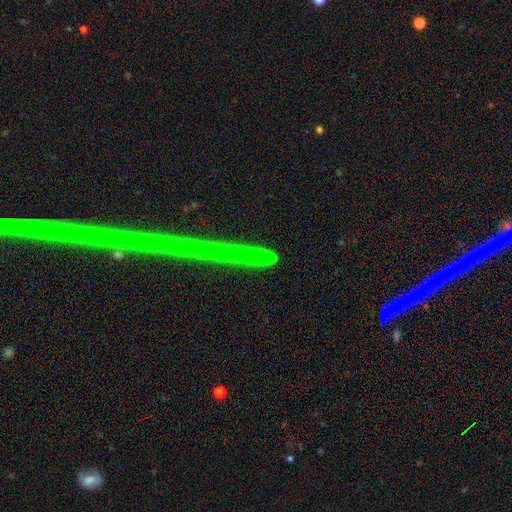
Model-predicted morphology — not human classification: Smooth or featured?
  - star or artifact: 68% *
  - featured or disk: 20%
  - smooth: 13%